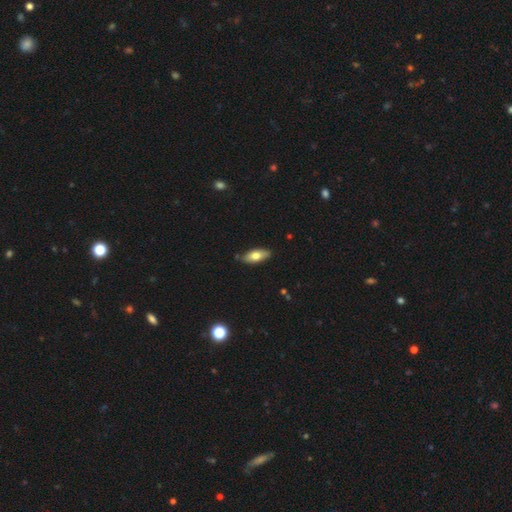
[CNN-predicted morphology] A smooth galaxy with no disk features (71%) that is in between round and cigar-shaped (77%).

Vote fractions:
- Smooth or featured? smooth: 71% / featured or disk: 23% / star or artifact: 6%
- How rounded? in between: 77% / cigar-shaped: 20% / round: 2%
- Merging? none: 83% / minor disturbance: 14% / major disturbance: 2% / merger: 2%